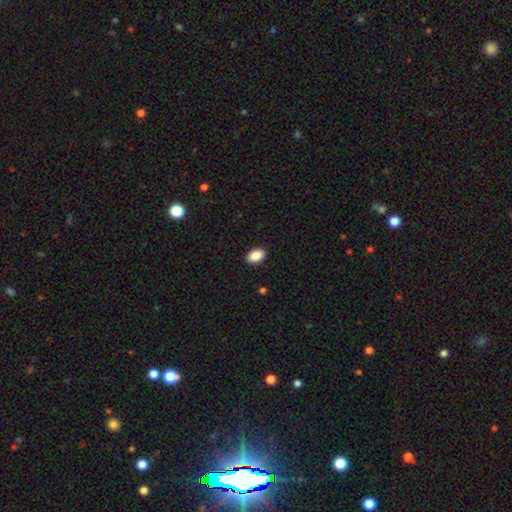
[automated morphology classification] smooth_or_featured: smooth (p=0.89) [alt: star or artifact p=0.07]
how_rounded: in between (p=0.88) [alt: round p=0.10]
merging: none (p=0.91) [alt: minor disturbance p=0.07]